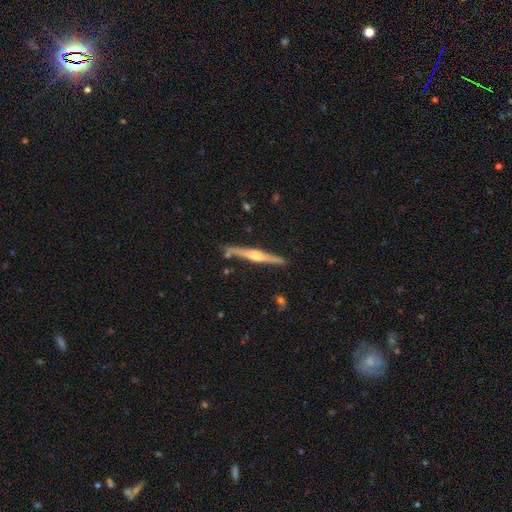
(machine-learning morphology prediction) featured or disk 69%, smooth 25%, star or artifact 5%. Down the decision tree: edge-on disk — yes (97%); edge-on bulge — rounded (87%); merging — none (85%).